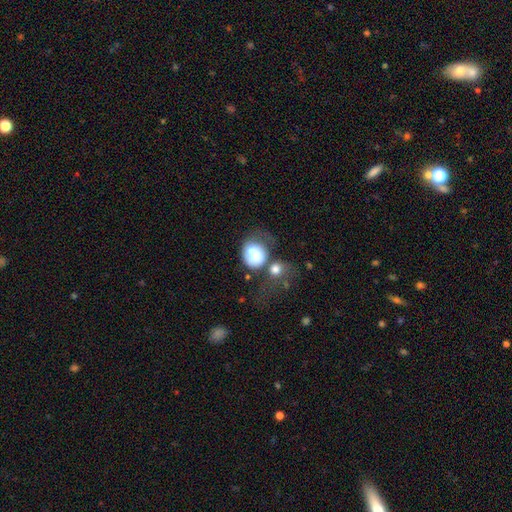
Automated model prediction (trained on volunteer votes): smooth_or_featured: smooth (p=0.66) [alt: featured or disk p=0.26]
how_rounded: round (p=0.71) [alt: in between p=0.28]
merging: merger (p=0.37) [alt: none p=0.23]